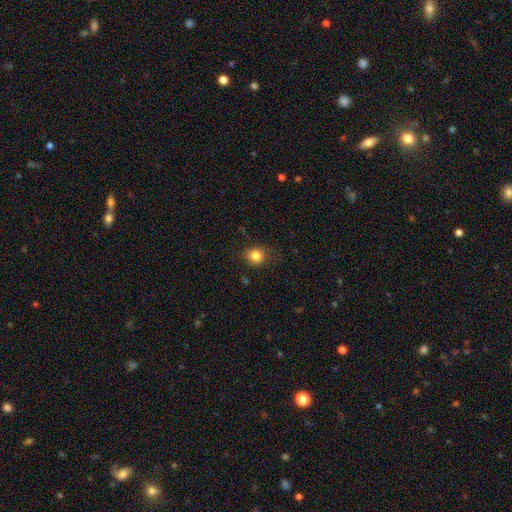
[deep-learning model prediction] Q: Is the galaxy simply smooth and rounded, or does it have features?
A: smooth — 83%.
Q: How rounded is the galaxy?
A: round — 72%.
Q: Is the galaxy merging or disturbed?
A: none — 80%.